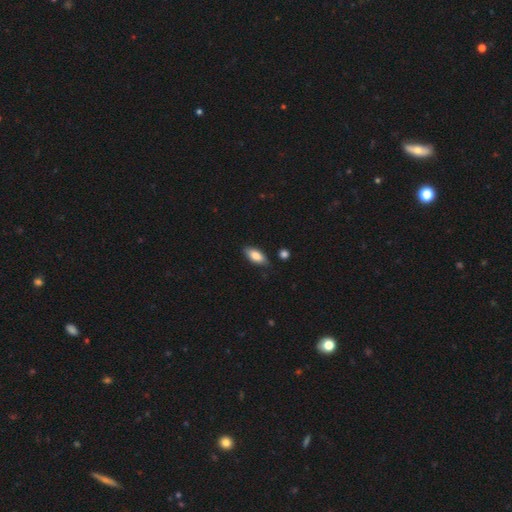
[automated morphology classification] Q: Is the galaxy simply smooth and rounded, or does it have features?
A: smooth — 83%.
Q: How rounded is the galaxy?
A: in between — 87%.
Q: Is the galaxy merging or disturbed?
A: none — 82%.